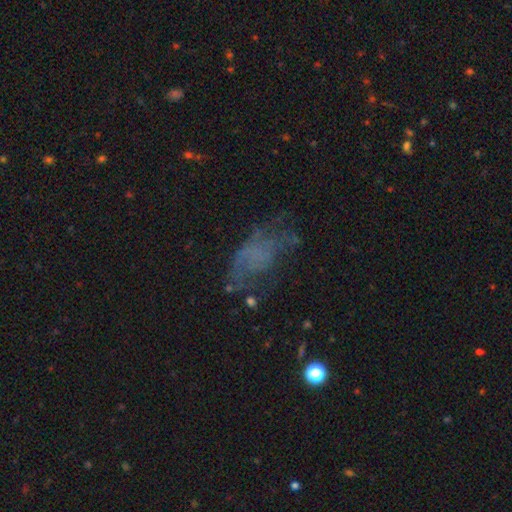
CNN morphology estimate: This is marginally a featured or disk galaxy (43%). Merging: marginally none (41%).